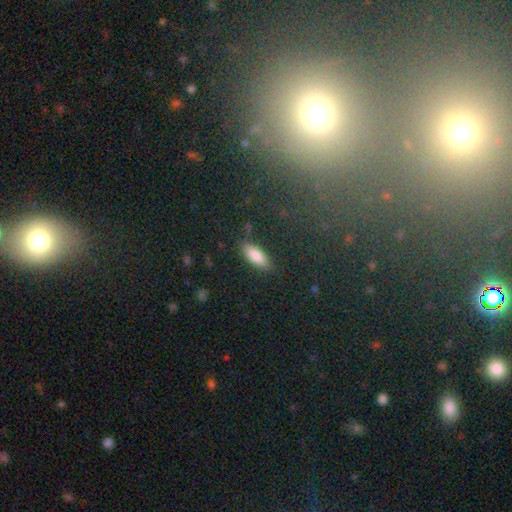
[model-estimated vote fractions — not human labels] smooth-or-featured: smooth: 85% | featured or disk: 9% | star or artifact: 7%
  how-rounded: in between: 73% | cigar-shaped: 25% | round: 2%
  merging: none: 85% | minor disturbance: 11% | major disturbance: 3% | merger: 2%